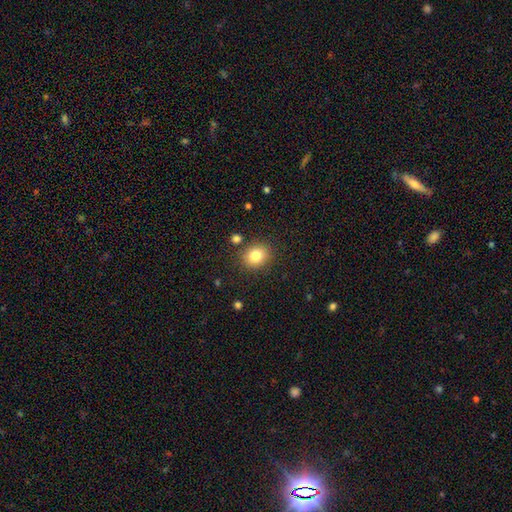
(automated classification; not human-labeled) A smooth galaxy with no disk features (82%) that is round (67%). Merging: none (85%).